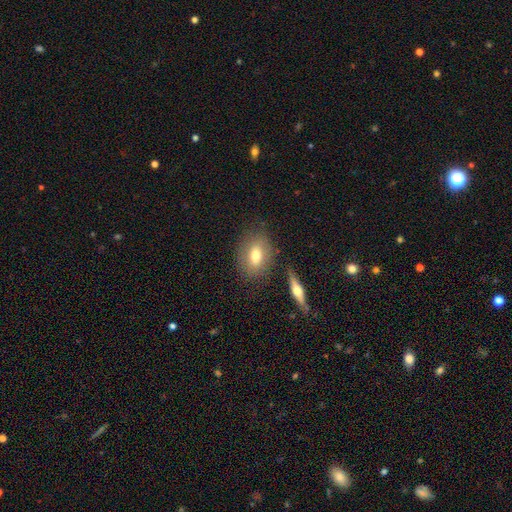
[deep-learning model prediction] This is likely a smooth galaxy (74%). How rounded: likely in between (76%). Merging: likely none (77%).